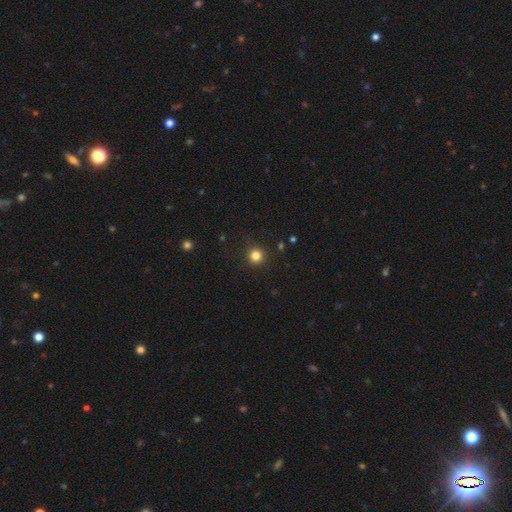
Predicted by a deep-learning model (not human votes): Smooth or featured: smooth — 82% (star or artifact — 13%)
How rounded: round — 95% (in between — 4%)
Merging: none — 91% (minor disturbance — 6%)